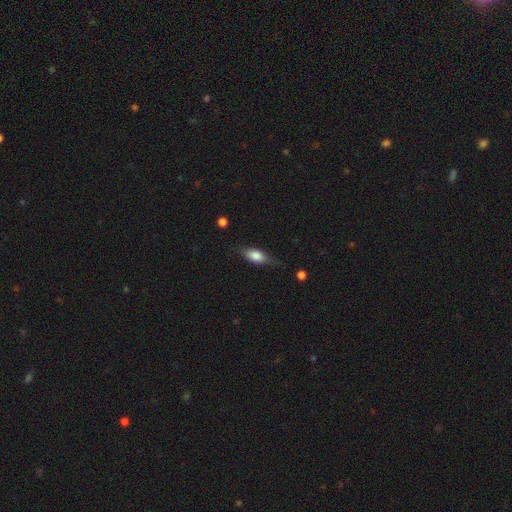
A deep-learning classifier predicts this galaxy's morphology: Smooth or featured?
  - smooth: 69% *
  - featured or disk: 24%
  - star or artifact: 7%
How rounded?
  - in between: 78% *
  - cigar-shaped: 17%
  - round: 5%
Merging?
  - none: 67% *
  - minor disturbance: 24%
  - major disturbance: 7%
  - merger: 2%